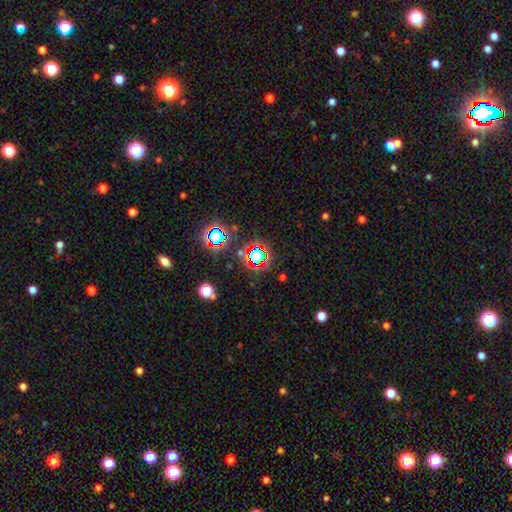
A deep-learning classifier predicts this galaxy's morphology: Overall: star or artifact (64%).